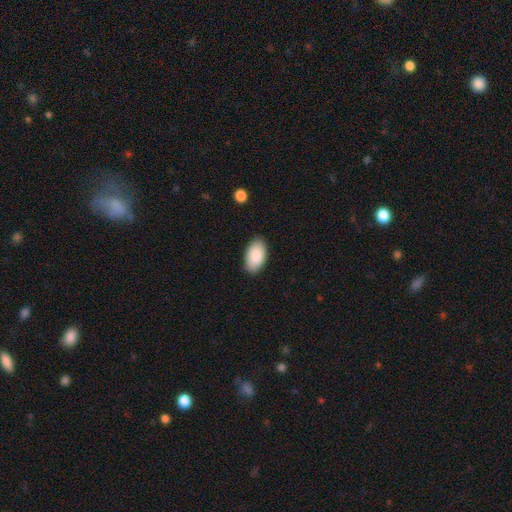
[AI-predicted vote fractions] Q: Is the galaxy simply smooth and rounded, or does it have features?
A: smooth — 89%.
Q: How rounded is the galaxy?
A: in between — 95%.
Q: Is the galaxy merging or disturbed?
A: none — 86%.